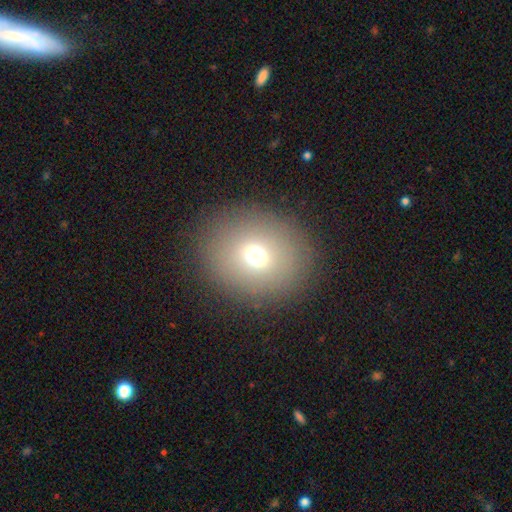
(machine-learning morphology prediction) Smooth or featured?
  - smooth: 68% *
  - featured or disk: 16%
  - star or artifact: 16%
How rounded?
  - round: 72% *
  - in between: 27%
  - cigar-shaped: 1%
Merging?
  - none: 88% *
  - minor disturbance: 7%
  - major disturbance: 4%
  - merger: 1%